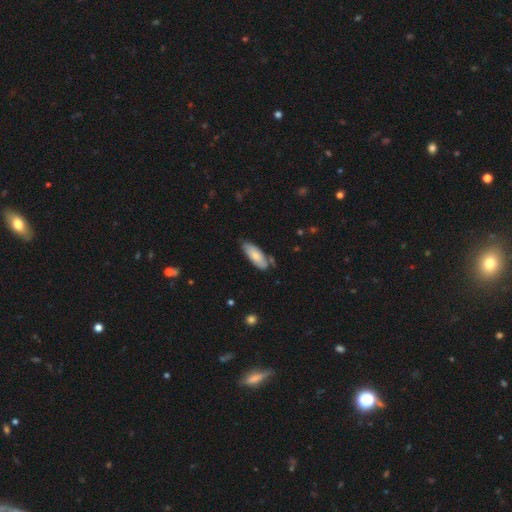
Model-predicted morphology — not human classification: The model was most divided on "merging": none: 66%, minor disturbance: 24%, merger: 6%, major disturbance: 4%. More confident: smooth or featured — smooth (74%); how rounded — in between (74%).